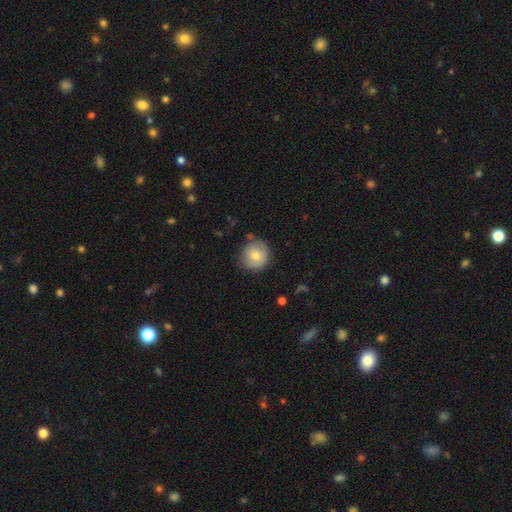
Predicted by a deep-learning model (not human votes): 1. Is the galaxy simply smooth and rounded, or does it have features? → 72% smooth, 20% featured or disk, 8% star or artifact.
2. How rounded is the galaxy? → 92% round, 7% in between, 1% cigar-shaped.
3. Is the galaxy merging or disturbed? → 80% none, 15% minor disturbance, 3% major disturbance, 2% merger.